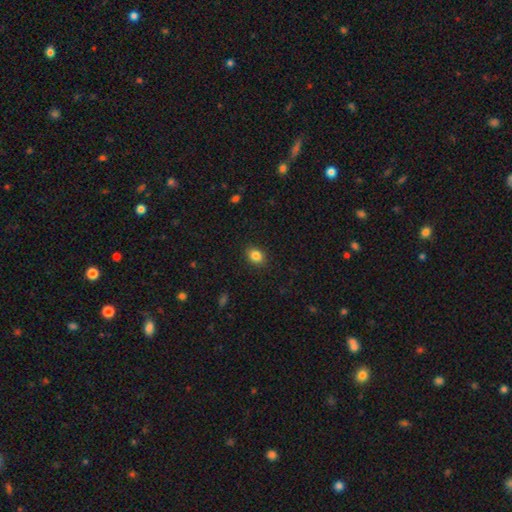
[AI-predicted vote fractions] Smooth or featured: smooth — 85% (star or artifact — 10%)
How rounded: in between — 62% (round — 37%)
Merging: none — 89% (minor disturbance — 8%)